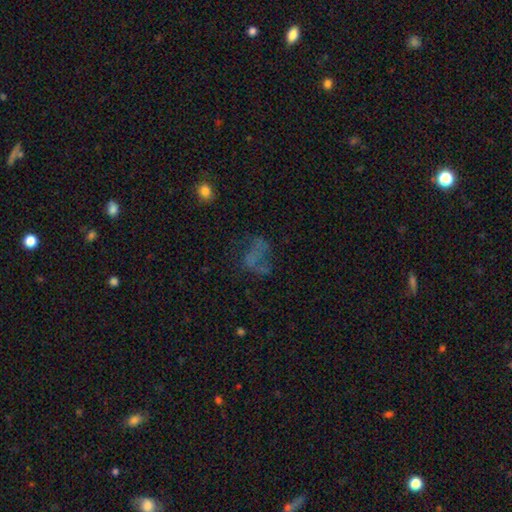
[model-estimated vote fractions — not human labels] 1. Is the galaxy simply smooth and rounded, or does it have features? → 41% featured or disk, 30% smooth, 28% star or artifact.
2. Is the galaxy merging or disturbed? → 44% none, 33% major disturbance, 17% minor disturbance, 6% merger.